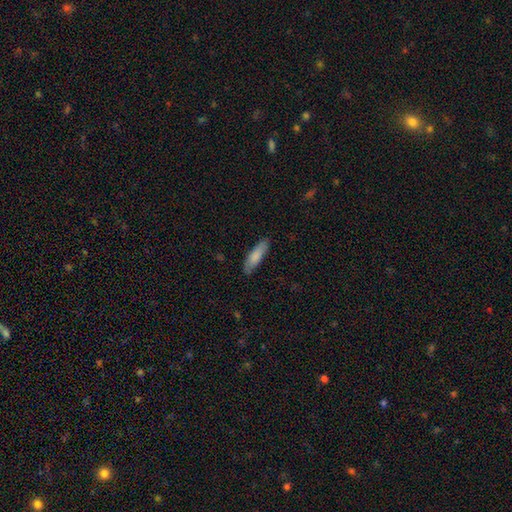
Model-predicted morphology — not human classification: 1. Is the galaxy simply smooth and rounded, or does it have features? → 84% smooth, 11% featured or disk, 5% star or artifact.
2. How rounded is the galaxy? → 61% cigar-shaped, 37% in between, 1% round.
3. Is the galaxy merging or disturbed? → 85% none, 11% minor disturbance, 2% major disturbance, 1% merger.